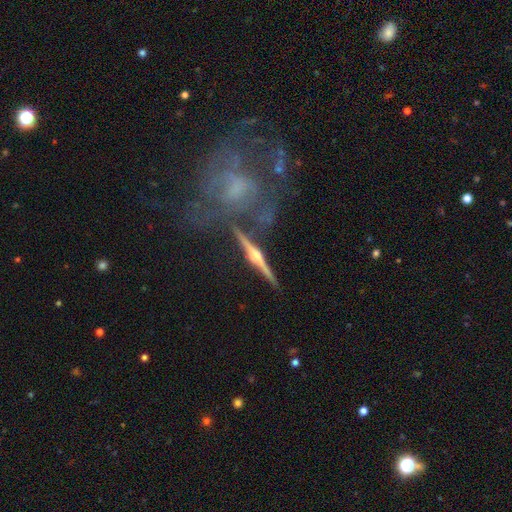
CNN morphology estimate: This appears to be a featured or disk galaxy (79%) viewed edge-on (92%) with a rounded central bulge (85%). Merging: none (70%).